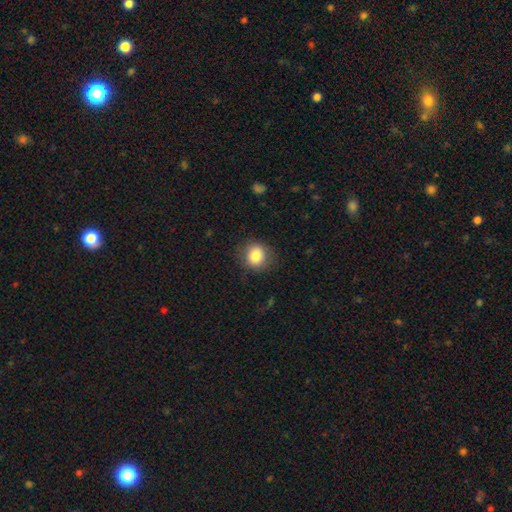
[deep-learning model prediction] smooth_or_featured: smooth (p=0.83) [alt: star or artifact p=0.10]
how_rounded: round (p=0.80) [alt: in between p=0.20]
merging: none (p=0.84) [alt: minor disturbance p=0.11]